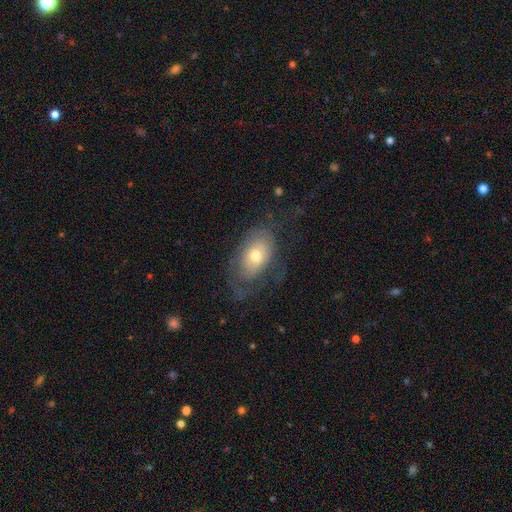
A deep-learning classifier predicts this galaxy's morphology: smooth-or-featured: smooth: 48% | featured or disk: 45% | star or artifact: 8%
  merging: none: 51% | major disturbance: 24% | minor disturbance: 23% | merger: 1%